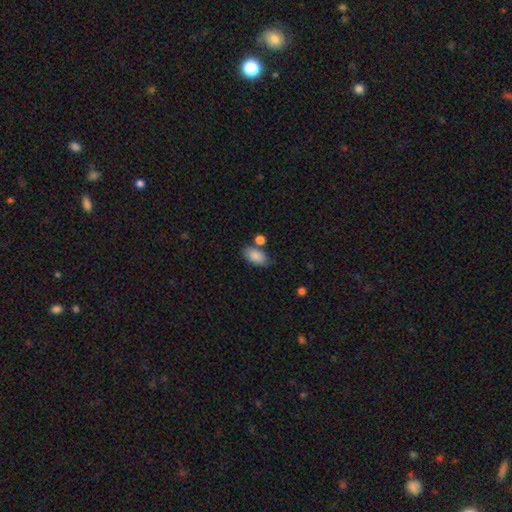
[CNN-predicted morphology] smooth 87%, star or artifact 7%, featured or disk 6%. Down the decision tree: how rounded — in between (92%); merging — none (67%).